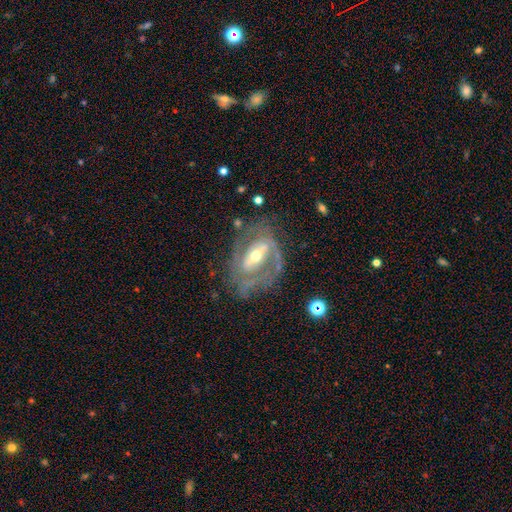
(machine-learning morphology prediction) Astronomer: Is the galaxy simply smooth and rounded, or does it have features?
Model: featured or disk — 82%.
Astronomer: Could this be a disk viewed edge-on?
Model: no — 94%.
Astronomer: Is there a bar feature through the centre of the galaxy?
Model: strong — 44% (runner-up: weak, 33%).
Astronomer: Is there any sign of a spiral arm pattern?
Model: yes — 80%.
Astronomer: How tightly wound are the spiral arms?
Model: medium — 44% (runner-up: tight, 36%).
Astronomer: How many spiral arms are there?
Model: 2 — 65%.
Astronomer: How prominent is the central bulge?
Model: moderate — 57% (runner-up: small, 37%).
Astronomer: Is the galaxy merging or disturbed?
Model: none — 57%.